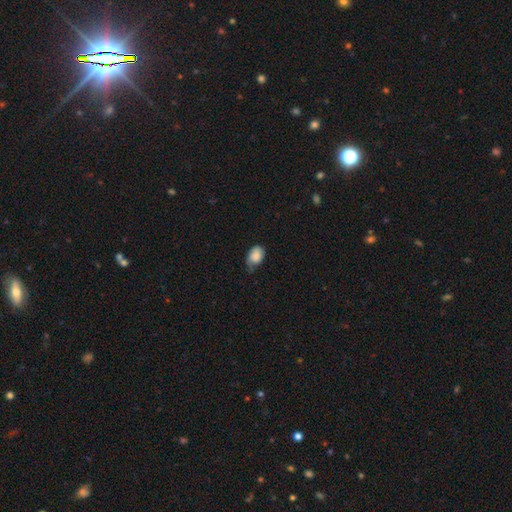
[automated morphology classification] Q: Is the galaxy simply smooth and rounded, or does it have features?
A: smooth — 82%.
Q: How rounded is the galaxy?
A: in between — 84%.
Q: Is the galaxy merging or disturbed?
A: minor disturbance — 46%.